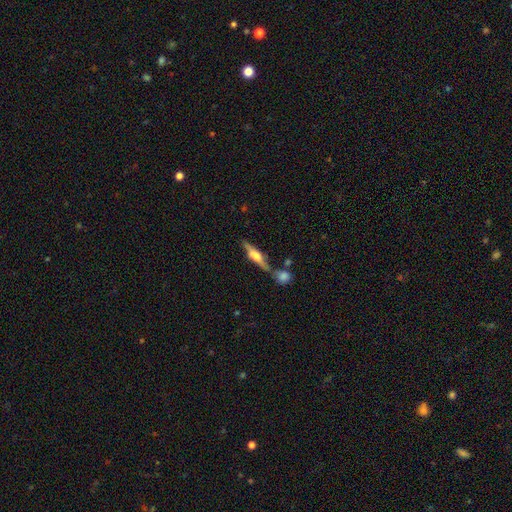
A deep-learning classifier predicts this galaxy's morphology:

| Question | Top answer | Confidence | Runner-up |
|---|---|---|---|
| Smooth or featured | featured or disk | 65% | smooth (29%) |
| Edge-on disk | yes | 91% | no (9%) |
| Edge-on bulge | rounded | 86% | boxy (10%) |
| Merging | none | 63% | merger (17%) |